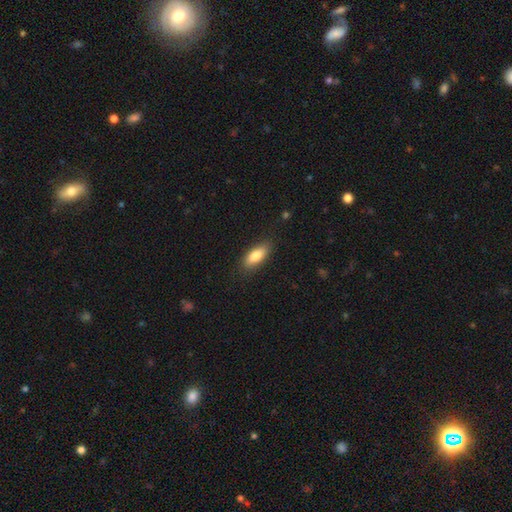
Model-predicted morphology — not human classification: Smooth or featured? Predicted: smooth (p=0.81). How rounded? Predicted: in between (p=0.75). Merging? Predicted: none (p=0.85).